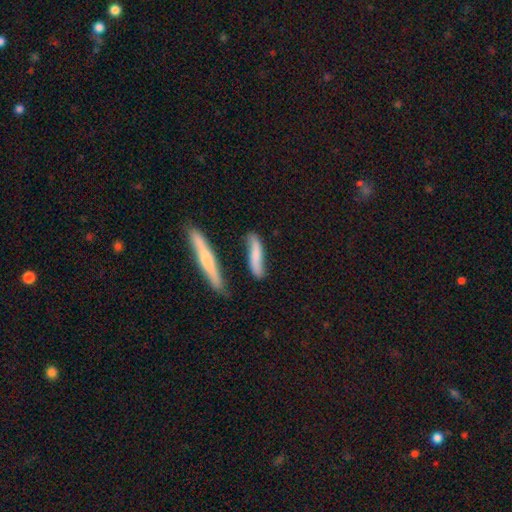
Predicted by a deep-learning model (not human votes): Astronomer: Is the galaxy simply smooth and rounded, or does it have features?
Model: smooth — 55% (runner-up: featured or disk, 38%).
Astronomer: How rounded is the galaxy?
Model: cigar-shaped — 79%.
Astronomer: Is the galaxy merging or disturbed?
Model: none — 68%.